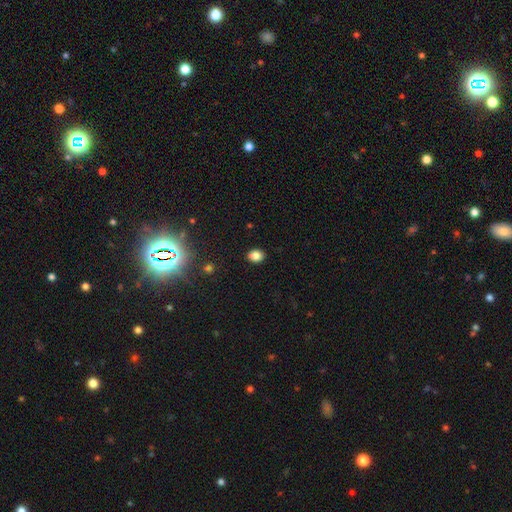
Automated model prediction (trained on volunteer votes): Smooth or featured? Predicted: smooth (p=0.84). How rounded? Predicted: in between (p=0.56). Merging? Predicted: none (p=0.89).